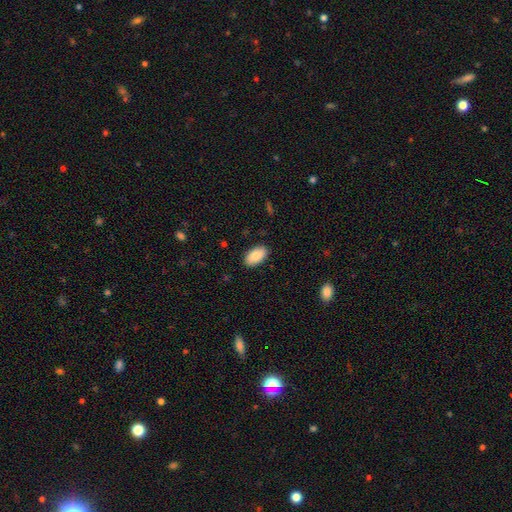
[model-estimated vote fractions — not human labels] Morphology: type=smooth (86%); roundness=in between (95%); merging=none (88%).